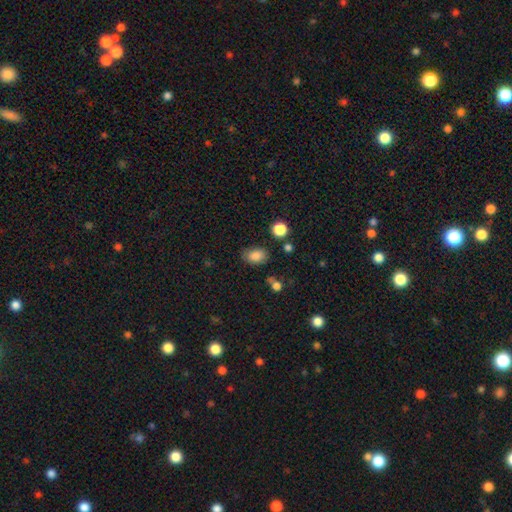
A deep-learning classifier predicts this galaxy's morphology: Smooth or featured? smooth (84%)
How rounded? in between (78%)
Merging? none (75%)